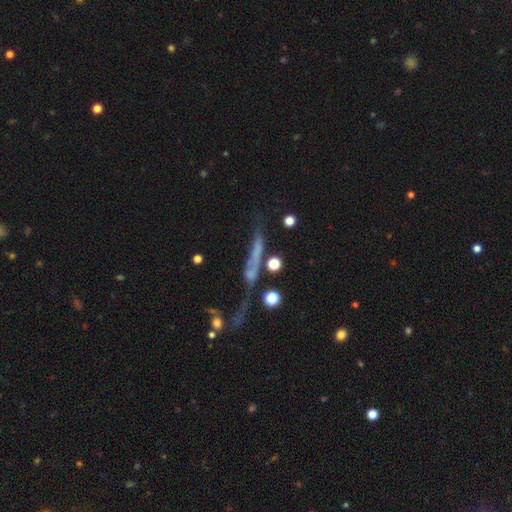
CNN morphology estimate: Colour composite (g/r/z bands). It shows a featured or disk galaxy (42%). Merging: none (40%).